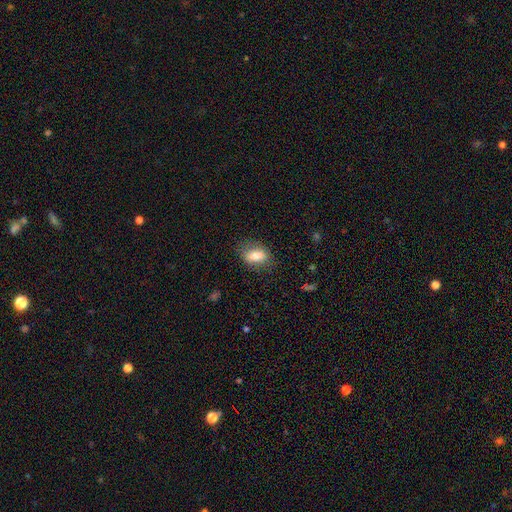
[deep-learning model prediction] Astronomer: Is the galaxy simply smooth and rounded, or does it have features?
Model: smooth — 75%.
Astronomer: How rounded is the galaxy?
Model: in between — 84%.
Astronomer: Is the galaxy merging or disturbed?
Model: none — 76%.